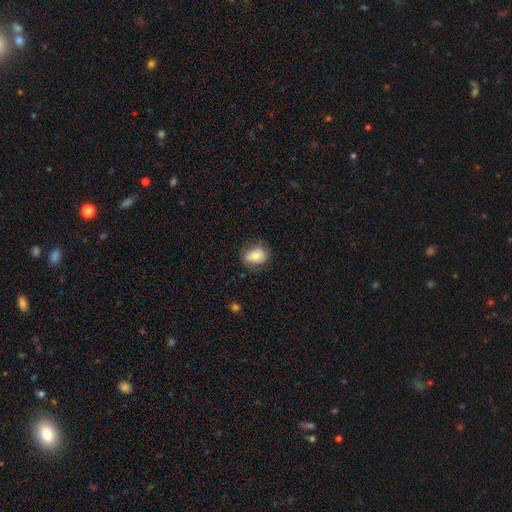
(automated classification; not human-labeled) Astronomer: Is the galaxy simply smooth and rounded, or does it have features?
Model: smooth — 80%.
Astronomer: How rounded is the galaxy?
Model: in between — 69%.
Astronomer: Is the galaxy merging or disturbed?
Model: none — 73%.